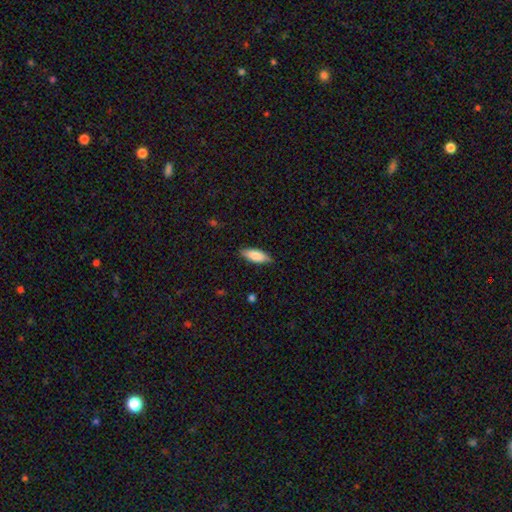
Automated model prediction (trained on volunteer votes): Smooth or featured? Predicted: smooth (p=0.83). How rounded? Predicted: in between (p=0.72). Merging? Predicted: none (p=0.84).